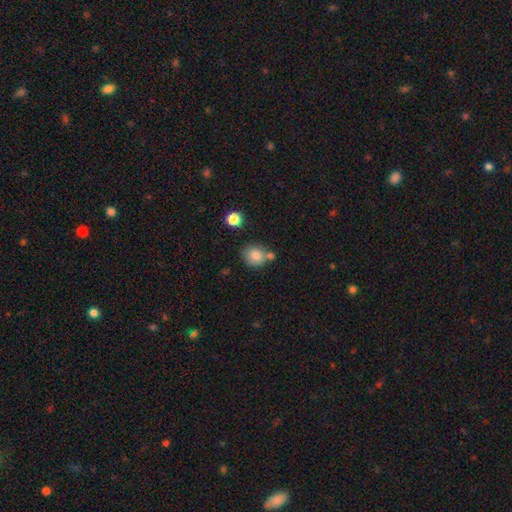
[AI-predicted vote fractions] This appears to be a smooth galaxy with no disk features (82%) that is round (80%). Merging: none (59%).